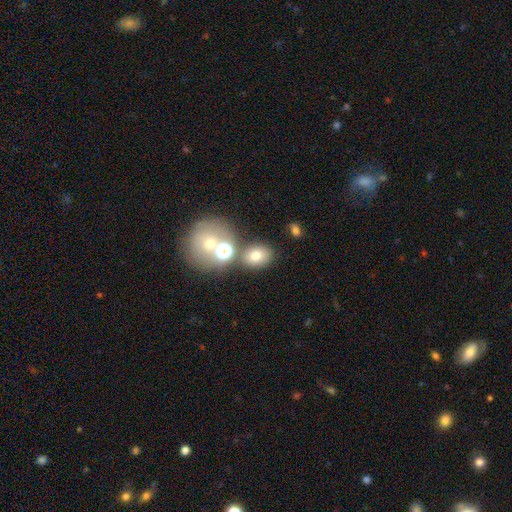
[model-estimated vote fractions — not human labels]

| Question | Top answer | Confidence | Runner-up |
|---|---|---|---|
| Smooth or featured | smooth | 71% | star or artifact (17%) |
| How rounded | in between | 53% | round (46%) |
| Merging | none | 70% | merger (15%) |